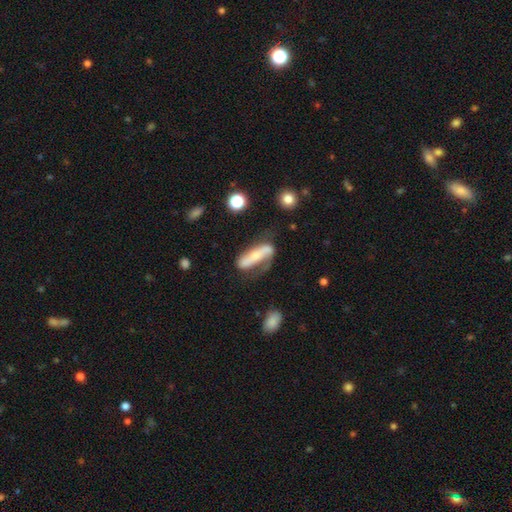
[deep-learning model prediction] Morphology: type=featured or disk (67%); edge-on=no (78%); bar=strong (52%); spiral arms=yes (79%); bulge=small (51%); merging=none (50%).